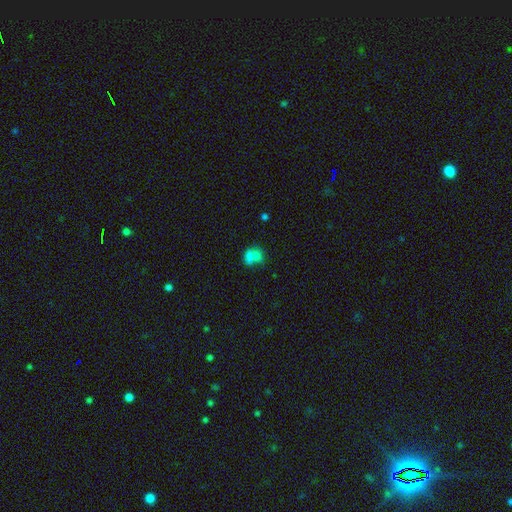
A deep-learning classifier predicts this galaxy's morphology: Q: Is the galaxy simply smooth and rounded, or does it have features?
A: smooth — 71%.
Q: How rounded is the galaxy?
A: round — 53%.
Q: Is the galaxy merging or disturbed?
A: merger — 56%.